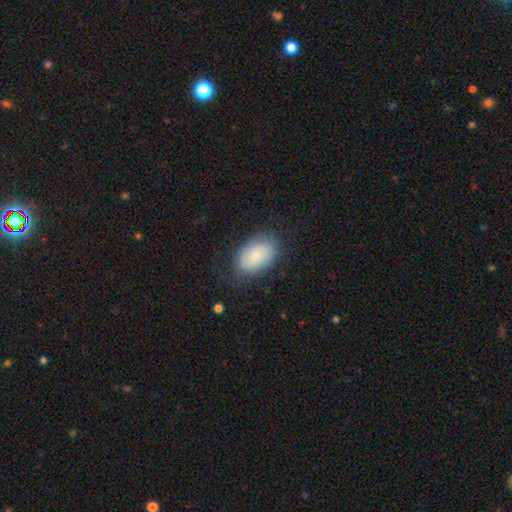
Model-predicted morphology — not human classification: This is likely a smooth galaxy (69%). How rounded: clearly in between (90%). Merging: likely none (77%).